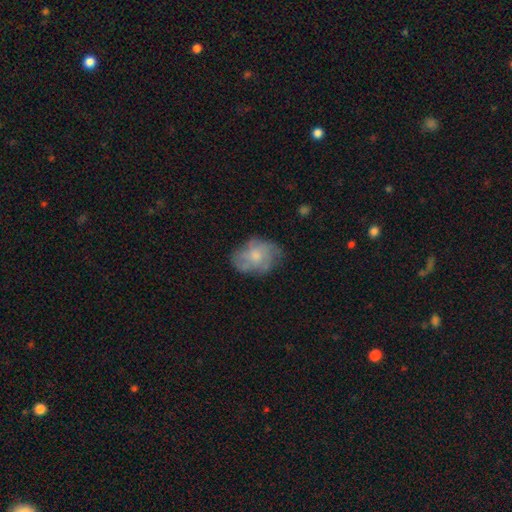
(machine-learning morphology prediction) smooth_or_featured: smooth (p=0.48) [alt: featured or disk p=0.44]
merging: none (p=0.64) [alt: minor disturbance p=0.24]